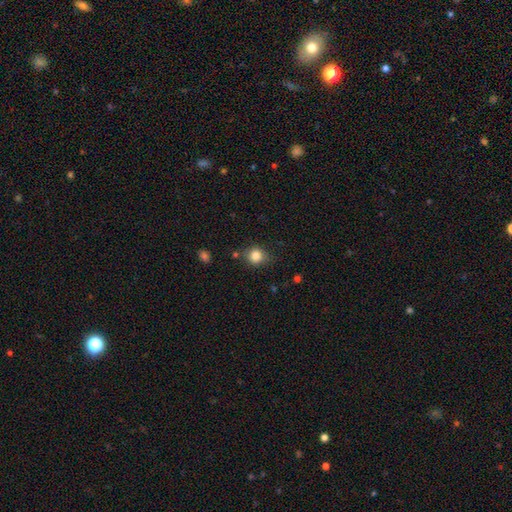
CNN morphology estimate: smooth_or_featured: smooth (p=0.83) [alt: star or artifact p=0.11]
how_rounded: round (p=0.80) [alt: in between p=0.19]
merging: none (p=0.78) [alt: minor disturbance p=0.14]